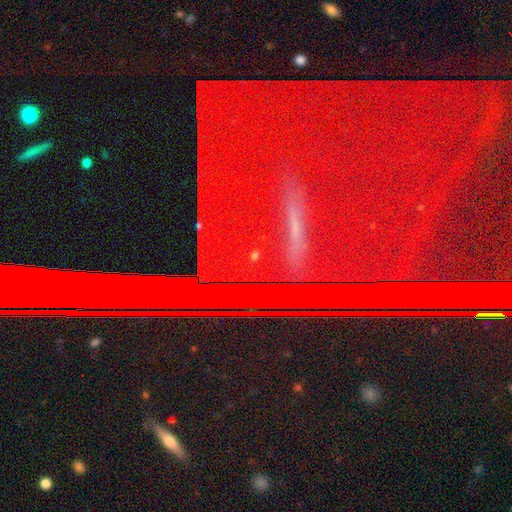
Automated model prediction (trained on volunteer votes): A star or artifact, not a galaxy (81%).